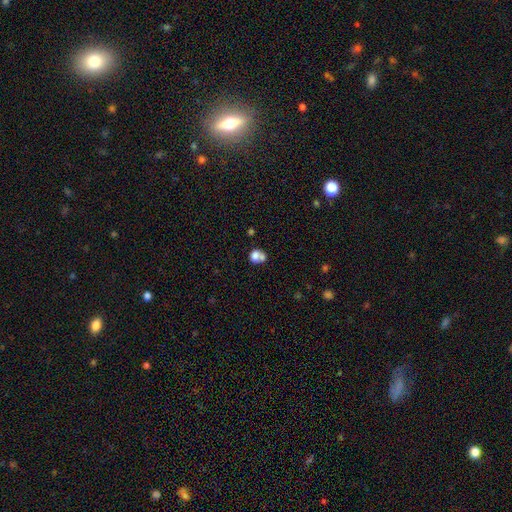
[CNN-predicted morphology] smooth-or-featured: smooth: 73% | featured or disk: 14% | star or artifact: 13%
  how-rounded: round: 63% | in between: 36% | cigar-shaped: 1%
  merging: merger: 51% | none: 34% | minor disturbance: 9% | major disturbance: 6%